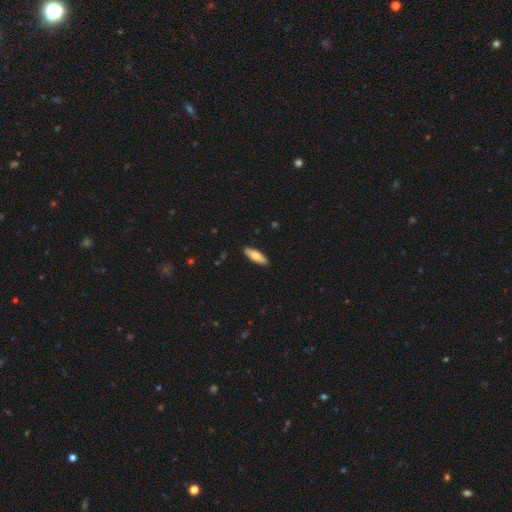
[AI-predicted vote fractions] smooth_or_featured: smooth (p=0.77) [alt: featured or disk p=0.17]
how_rounded: in between (p=0.55) [alt: cigar-shaped p=0.43]
merging: none (p=0.90) [alt: minor disturbance p=0.08]